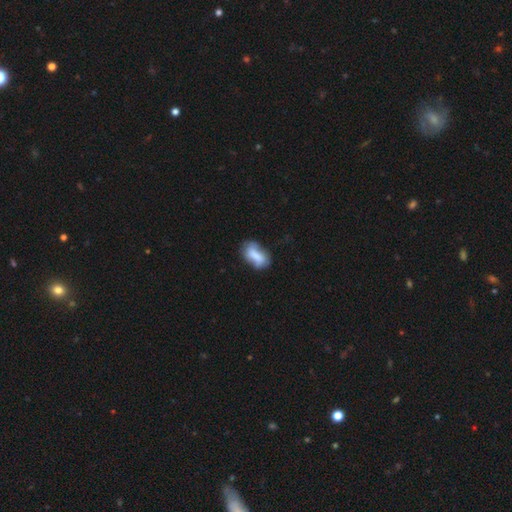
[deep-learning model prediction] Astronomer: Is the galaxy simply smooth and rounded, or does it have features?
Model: smooth — 71%.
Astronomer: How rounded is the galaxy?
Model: in between — 88%.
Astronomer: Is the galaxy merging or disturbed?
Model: none — 51% (runner-up: minor disturbance, 30%).